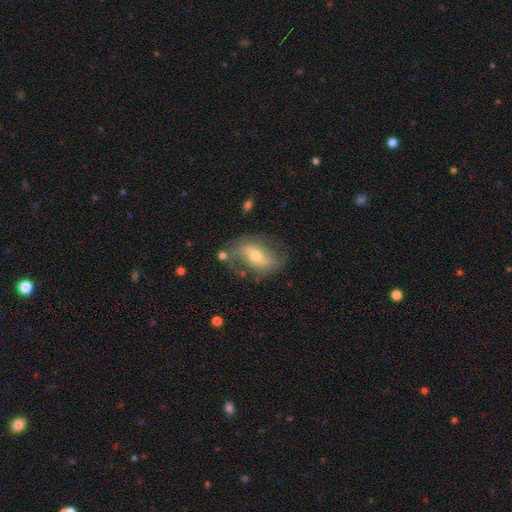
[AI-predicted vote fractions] Q: Smooth or featured?
A: featured or disk (69%); runner-up: smooth (24%)
Q: Edge-on disk?
A: no (92%); runner-up: yes (8%)
Q: Bar?
A: weak (40%); runner-up: strong (38%)
Q: Spiral arms?
A: yes (79%); runner-up: no (21%)
Q: Spiral winding?
A: medium (40%); runner-up: loose (39%)
Q: Spiral arm count?
A: 2 (75%); runner-up: can't tell (13%)
Q: Bulge size?
A: moderate (62%); runner-up: small (31%)
Q: Merging?
A: none (61%); runner-up: minor disturbance (22%)